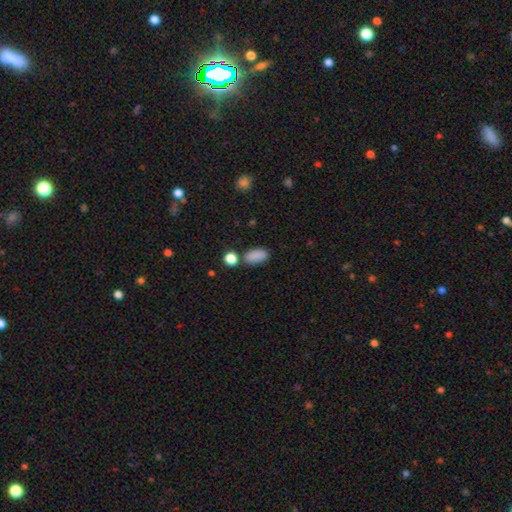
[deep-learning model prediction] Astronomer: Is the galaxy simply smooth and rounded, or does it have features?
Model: smooth — 86%.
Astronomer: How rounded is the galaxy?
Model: in between — 90%.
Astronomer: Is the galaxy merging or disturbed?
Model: none — 73%.